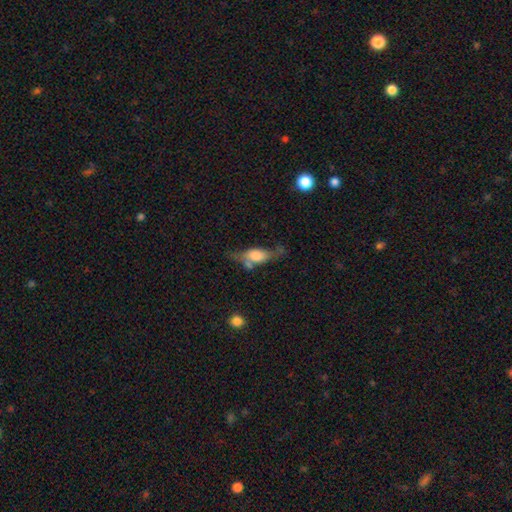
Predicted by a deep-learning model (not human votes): smooth_or_featured: smooth (p=0.58) [alt: featured or disk p=0.34]
how_rounded: in between (p=0.75) [alt: cigar-shaped p=0.20]
merging: none (p=0.41) [alt: minor disturbance p=0.27]